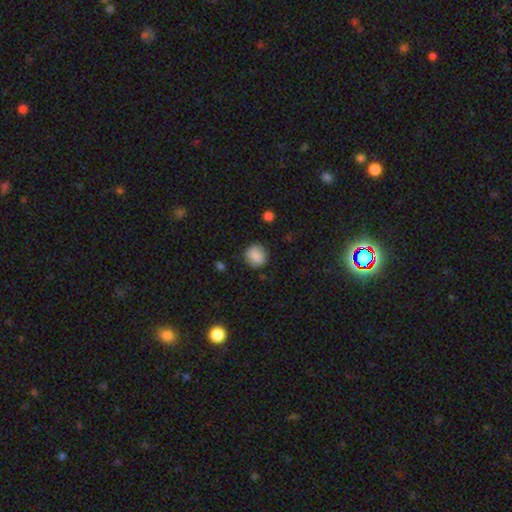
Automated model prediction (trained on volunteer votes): This is clearly a smooth galaxy (86%). How rounded: clearly round (81%). Merging: clearly none (82%).